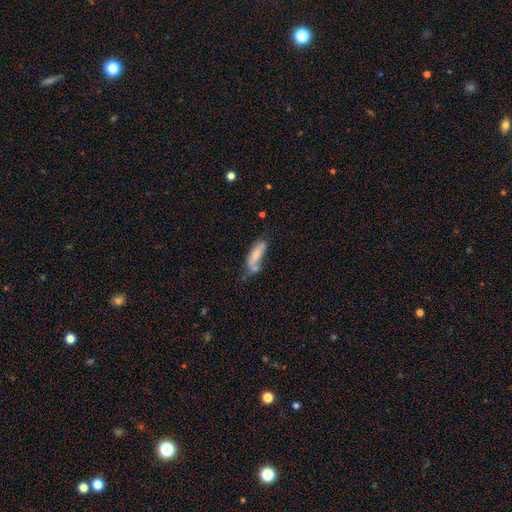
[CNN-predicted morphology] smooth-or-featured: smooth: 71% | featured or disk: 21% | star or artifact: 7%
  how-rounded: in between: 52% | cigar-shaped: 46% | round: 2%
  merging: none: 40% | minor disturbance: 27% | merger: 21% | major disturbance: 12%